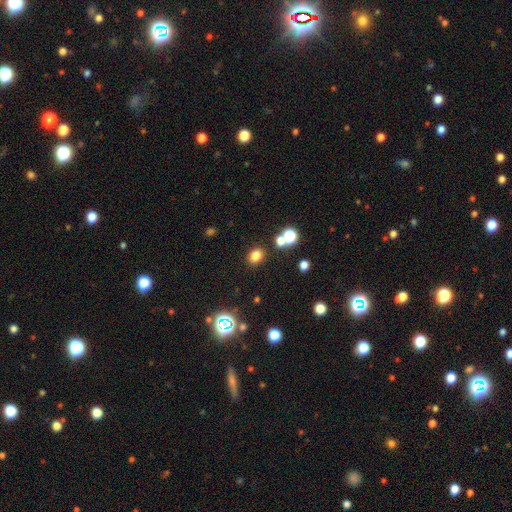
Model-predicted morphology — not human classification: smooth-or-featured: smooth: 77% | star or artifact: 17% | featured or disk: 6%
  how-rounded: round: 53% | in between: 46% | cigar-shaped: 1%
  merging: none: 82% | minor disturbance: 9% | merger: 6% | major disturbance: 3%